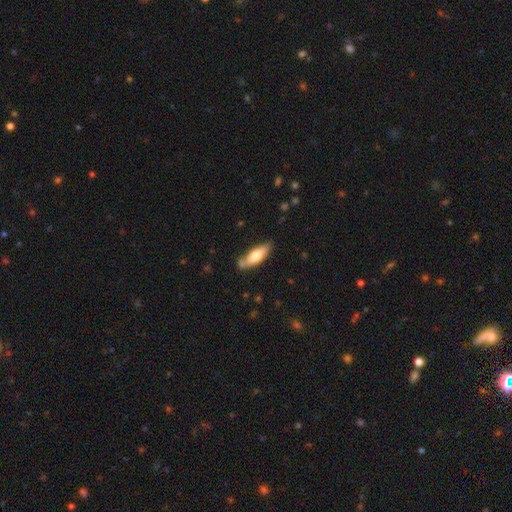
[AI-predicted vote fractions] smooth-or-featured: smooth: 62% | featured or disk: 32% | star or artifact: 6%
  how-rounded: in between: 54% | cigar-shaped: 44% | round: 2%
  merging: none: 72% | minor disturbance: 19% | merger: 5% | major disturbance: 4%